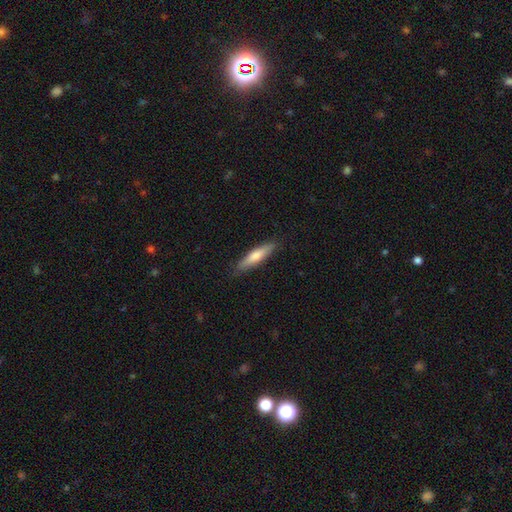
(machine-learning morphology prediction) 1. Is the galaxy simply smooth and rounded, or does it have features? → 63% smooth, 31% featured or disk, 5% star or artifact.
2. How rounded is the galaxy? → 83% cigar-shaped, 16% in between, 1% round.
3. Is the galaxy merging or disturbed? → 87% none, 10% minor disturbance, 2% major disturbance, 1% merger.